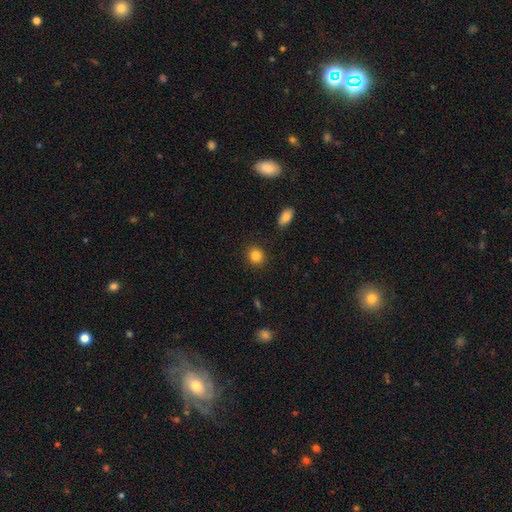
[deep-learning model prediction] smooth 85%, star or artifact 10%, featured or disk 5%. Down the decision tree: how rounded — round (77%); merging — none (90%).